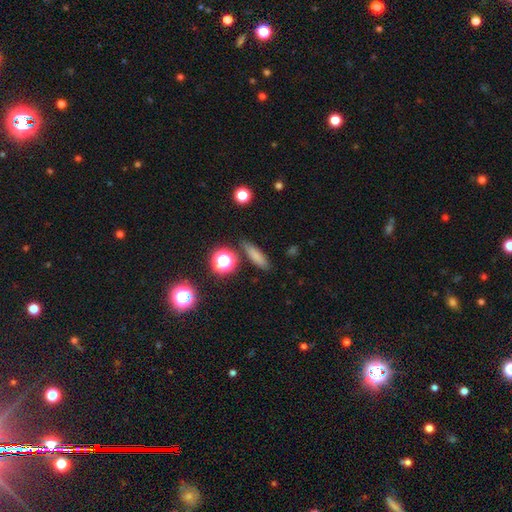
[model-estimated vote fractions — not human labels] Smooth or featured? Predicted: smooth (p=0.74). How rounded? Predicted: cigar-shaped (p=0.55). Merging? Predicted: none (p=0.83).